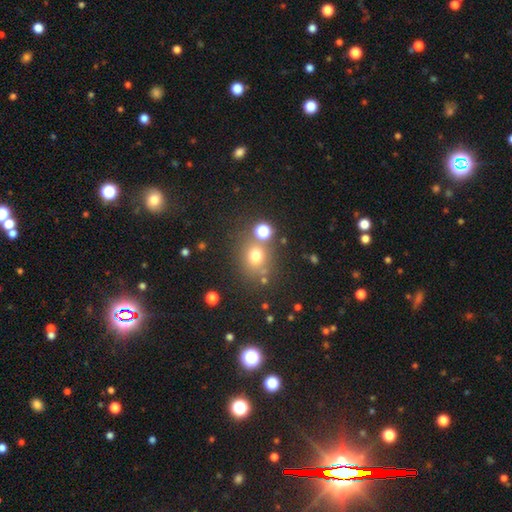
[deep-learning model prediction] Q: Smooth or featured?
A: smooth (69%); runner-up: star or artifact (20%)
Q: How rounded?
A: round (77%); runner-up: in between (22%)
Q: Merging?
A: none (71%); runner-up: merger (12%)